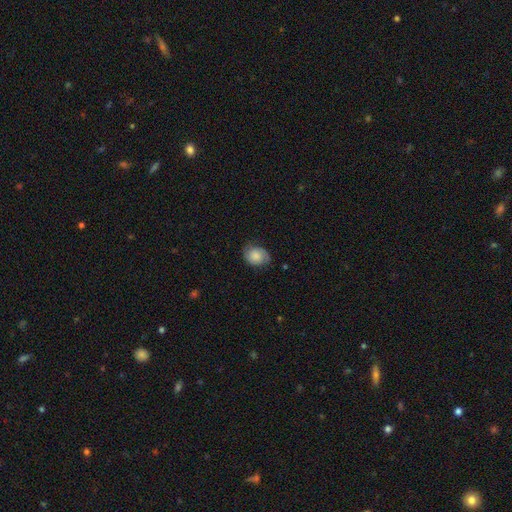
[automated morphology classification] smooth-or-featured: smooth: 61% | featured or disk: 31% | star or artifact: 8%
  how-rounded: round: 50% | in between: 49% | cigar-shaped: 1%
  merging: none: 69% | minor disturbance: 23% | major disturbance: 7% | merger: 1%